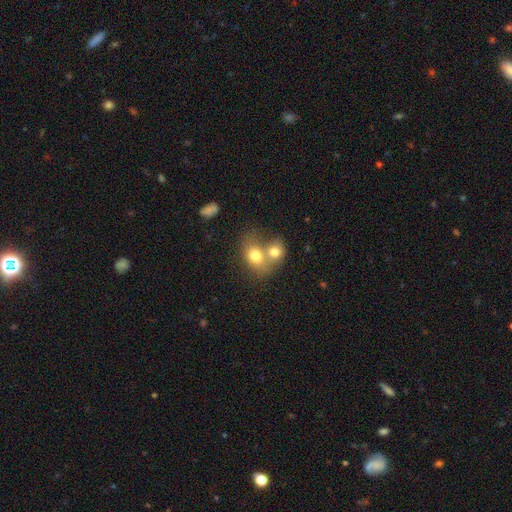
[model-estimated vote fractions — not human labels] smooth_or_featured: smooth (p=0.73) [alt: featured or disk p=0.17]
how_rounded: in between (p=0.50) [alt: round p=0.49]
merging: merger (p=0.65) [alt: none p=0.24]